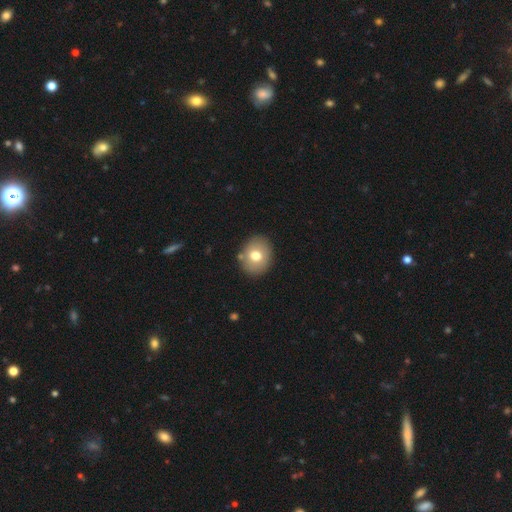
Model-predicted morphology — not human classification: smooth 73%, featured or disk 18%, star or artifact 9%. Down the decision tree: how rounded — round (55%); merging — none (85%).